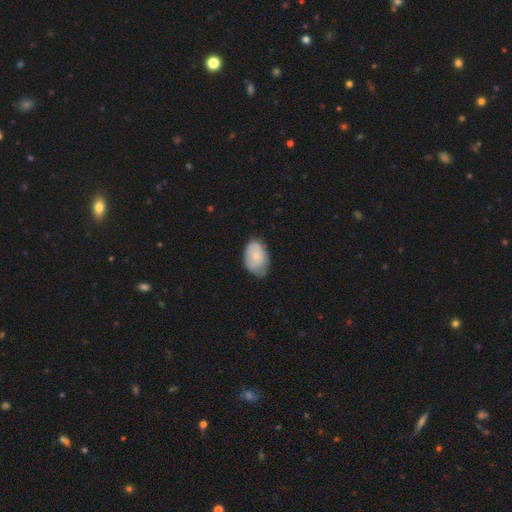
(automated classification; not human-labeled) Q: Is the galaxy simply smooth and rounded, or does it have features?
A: smooth — 71%.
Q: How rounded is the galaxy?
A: in between — 87%.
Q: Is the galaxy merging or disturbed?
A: none — 53%.